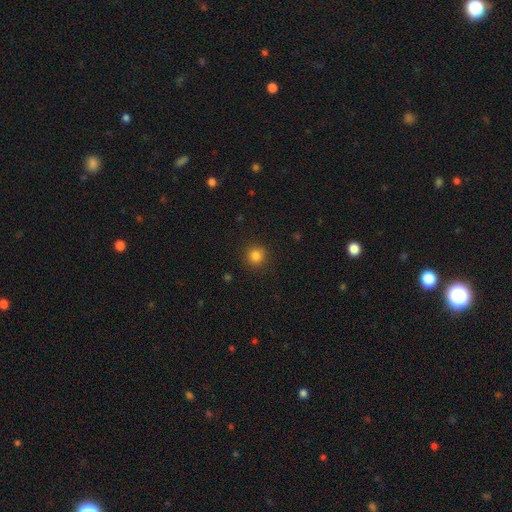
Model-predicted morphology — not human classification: smooth 84%, star or artifact 12%, featured or disk 4%. Down the decision tree: how rounded — round (93%); merging — none (90%).